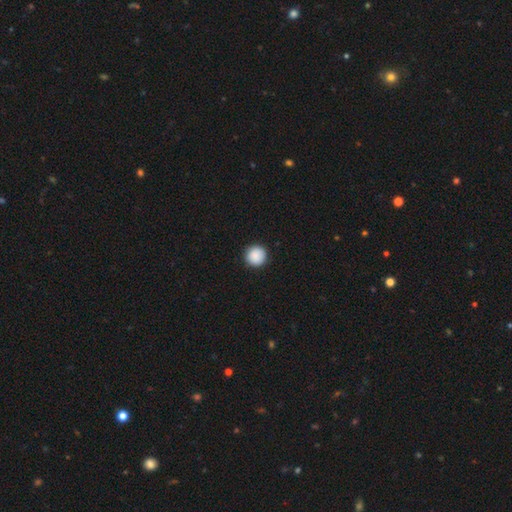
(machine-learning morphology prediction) A smooth galaxy with no disk features (90%) that is round (96%). Merging: none (93%).